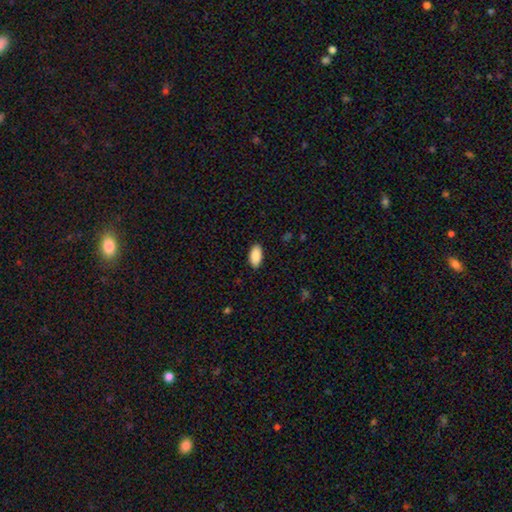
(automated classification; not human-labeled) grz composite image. It shows a smooth galaxy with no disk features (90%) that is in between round and cigar-shaped (94%). Merging: none (89%).